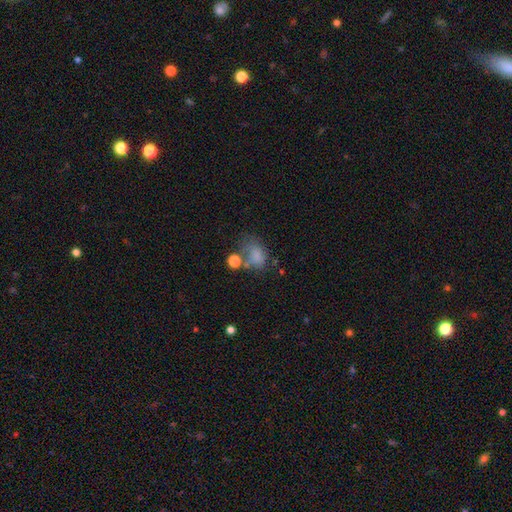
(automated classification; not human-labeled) This is likely a smooth galaxy (67%). How rounded: likely in between (70%). Merging: marginally none (31%).